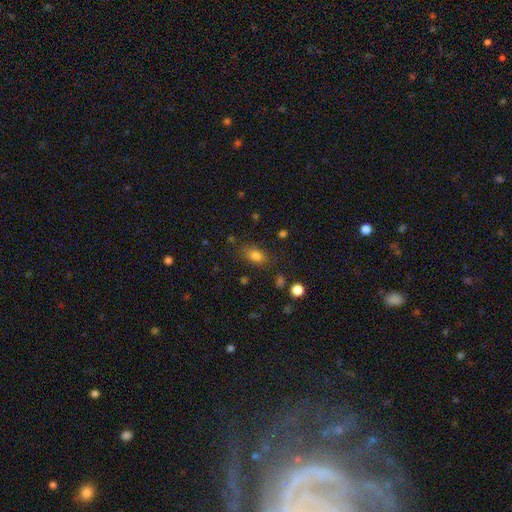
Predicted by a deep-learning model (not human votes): Morphology: type=smooth (81%); roundness=in between (80%); merging=none (75%).